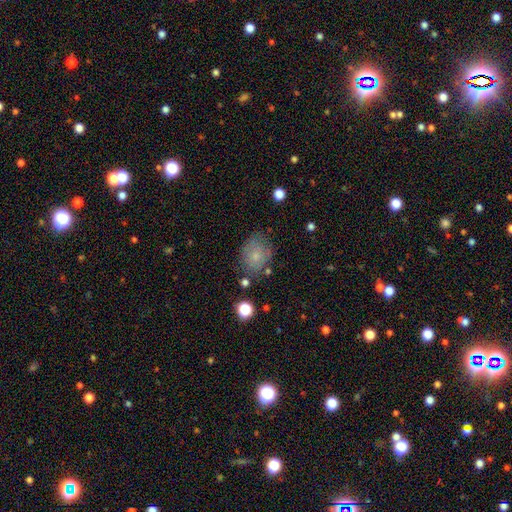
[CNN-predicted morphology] Q: Smooth or featured?
A: smooth (70%); runner-up: featured or disk (20%)
Q: How rounded?
A: in between (51%); runner-up: round (48%)
Q: Merging?
A: none (66%); runner-up: minor disturbance (22%)